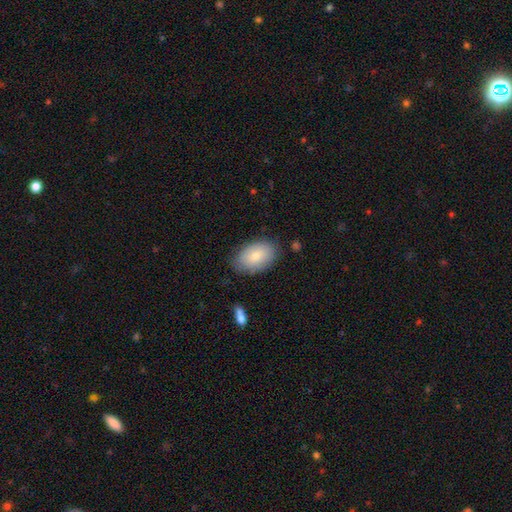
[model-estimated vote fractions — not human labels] Smooth or featured?
  - smooth: 77% *
  - featured or disk: 16%
  - star or artifact: 7%
How rounded?
  - in between: 91% *
  - round: 8%
  - cigar-shaped: 1%
Merging?
  - none: 79% *
  - minor disturbance: 16%
  - major disturbance: 4%
  - merger: 2%